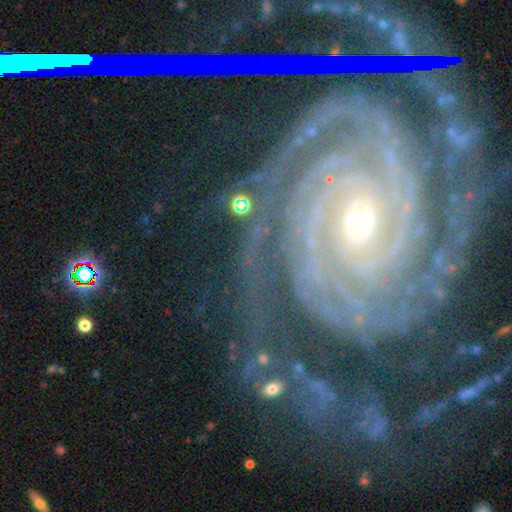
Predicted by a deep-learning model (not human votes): Q: Smooth or featured?
A: featured or disk (88%); runner-up: star or artifact (7%)
Q: Edge-on disk?
A: no (97%); runner-up: yes (3%)
Q: Bar?
A: no (57%); runner-up: weak (24%)
Q: Spiral arms?
A: yes (98%); runner-up: no (2%)
Q: Spiral winding?
A: tight (82%); runner-up: medium (15%)
Q: Spiral arm count?
A: 2 (28%); runner-up: 3 (18%)
Q: Bulge size?
A: small (72%); runner-up: moderate (24%)
Q: Merging?
A: none (71%); runner-up: minor disturbance (15%)